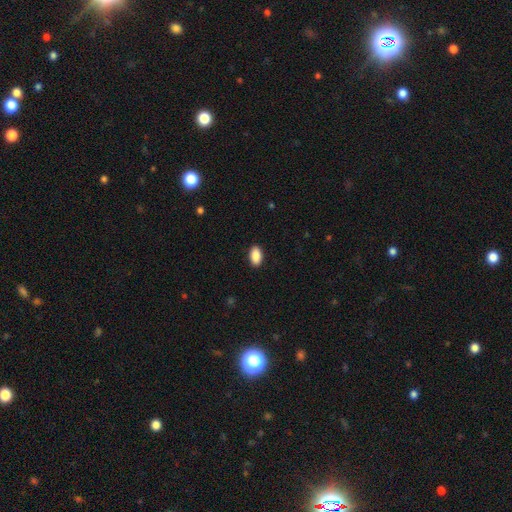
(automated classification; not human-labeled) Morphology: type=smooth (90%); roundness=in between (94%); merging=none (90%).